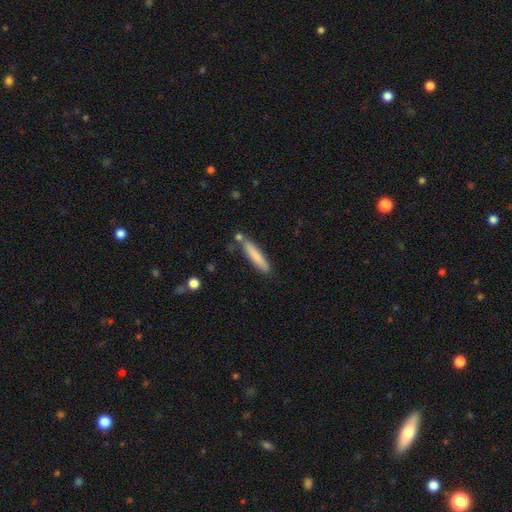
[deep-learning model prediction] smooth 80%, featured or disk 14%, star or artifact 6%. Down the decision tree: how rounded — cigar-shaped (88%); merging — none (76%).